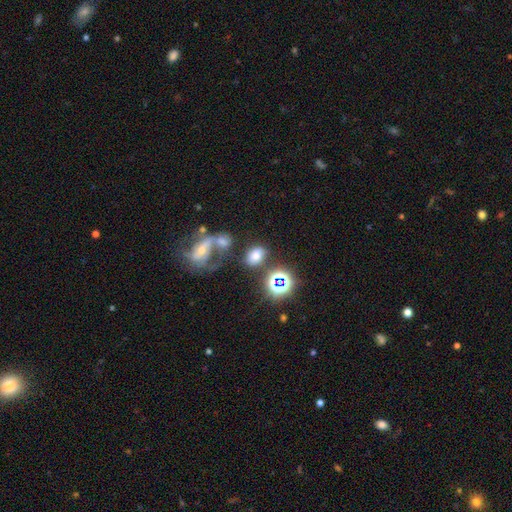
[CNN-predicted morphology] Smooth or featured? Predicted: smooth (p=0.64). How rounded? Predicted: in between (p=0.79). Merging? Predicted: none (p=0.59).